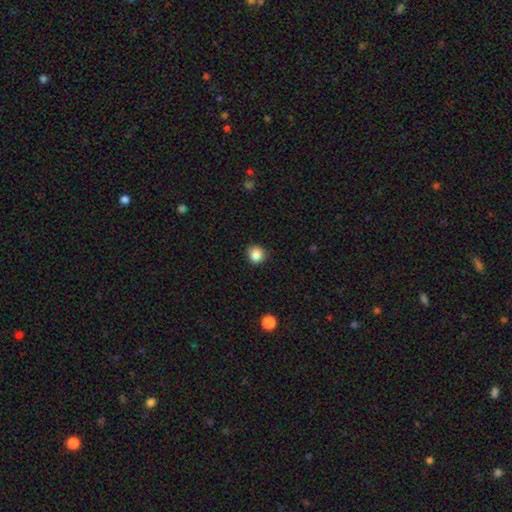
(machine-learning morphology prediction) Smooth or featured?
  - smooth: 86% *
  - star or artifact: 10%
  - featured or disk: 3%
How rounded?
  - round: 89% *
  - in between: 10%
  - cigar-shaped: 1%
Merging?
  - none: 89% *
  - minor disturbance: 8%
  - major disturbance: 2%
  - merger: 1%